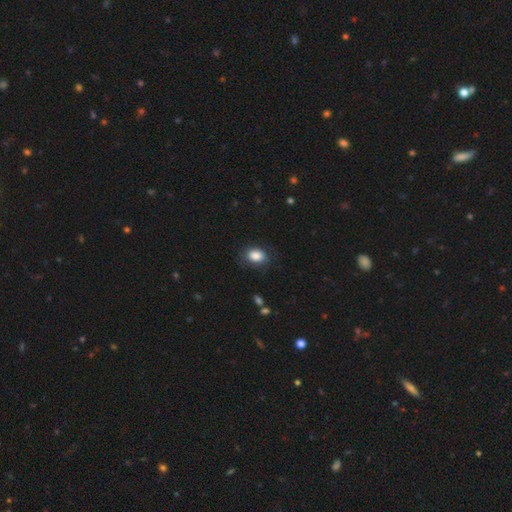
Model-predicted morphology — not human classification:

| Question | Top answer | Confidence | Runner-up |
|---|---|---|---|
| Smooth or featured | smooth | 86% | star or artifact (8%) |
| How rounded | in between | 77% | round (22%) |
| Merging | none | 76% | minor disturbance (17%) |